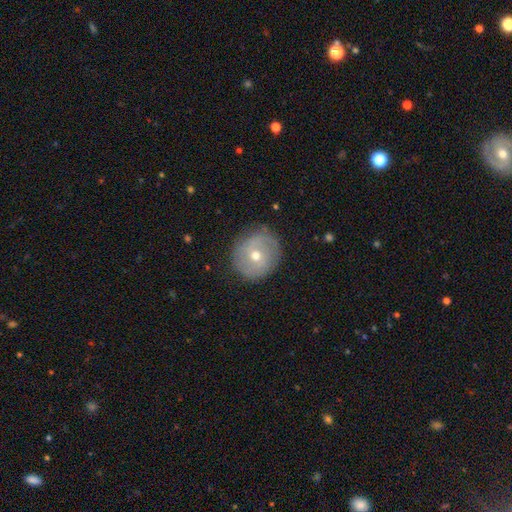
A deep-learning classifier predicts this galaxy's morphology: Smooth or featured? Predicted: featured or disk (p=0.49). Merging? Predicted: none (p=0.81).